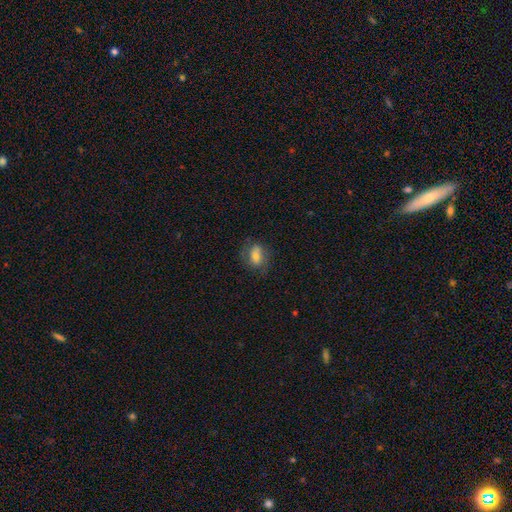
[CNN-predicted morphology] Smooth or featured?
  - smooth: 65% *
  - featured or disk: 25%
  - star or artifact: 9%
How rounded?
  - in between: 73% *
  - round: 24%
  - cigar-shaped: 3%
Merging?
  - none: 68% *
  - minor disturbance: 20%
  - major disturbance: 9%
  - merger: 2%